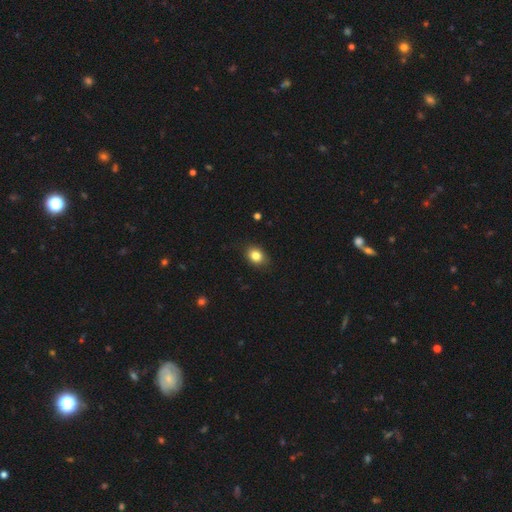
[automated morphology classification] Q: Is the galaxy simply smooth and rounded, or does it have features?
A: smooth — 84%.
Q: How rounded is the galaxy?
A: in between — 64%.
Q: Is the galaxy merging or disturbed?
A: none — 84%.